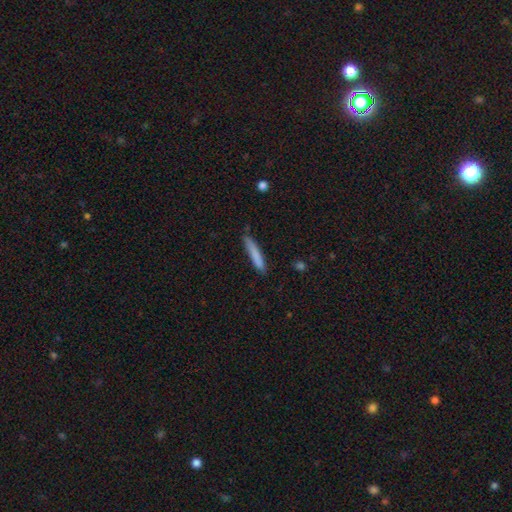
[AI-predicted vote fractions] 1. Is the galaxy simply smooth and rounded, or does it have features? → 80% smooth, 13% featured or disk, 6% star or artifact.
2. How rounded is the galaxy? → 93% cigar-shaped, 6% in between, 1% round.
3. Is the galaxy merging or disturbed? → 79% none, 16% minor disturbance, 3% major disturbance, 2% merger.